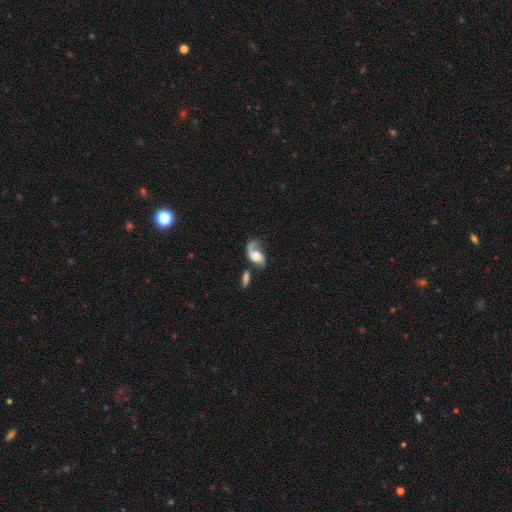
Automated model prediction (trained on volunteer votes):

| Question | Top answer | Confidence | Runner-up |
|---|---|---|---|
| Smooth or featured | featured or disk | 72% | smooth (21%) |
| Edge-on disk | no | 96% | yes (4%) |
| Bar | no | 64% | weak (29%) |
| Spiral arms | yes | 90% | no (10%) |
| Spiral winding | loose | 62% | medium (30%) |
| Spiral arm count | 2 | 65% | 1 (29%) |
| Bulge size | large | 43% | moderate (32%) |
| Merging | none | 37% | major disturbance (23%) |